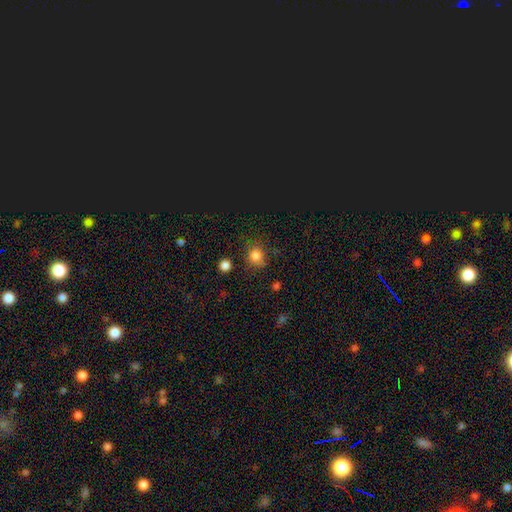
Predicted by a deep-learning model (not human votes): Smooth or featured? smooth (80%)
How rounded? round (81%)
Merging? none (77%)